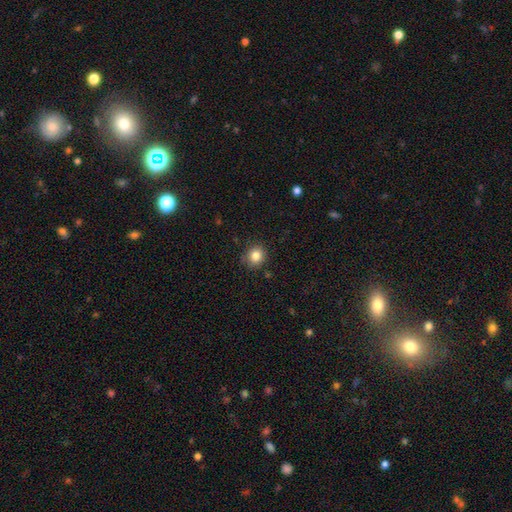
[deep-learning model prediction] A smooth galaxy with no disk features (84%) that is round (85%).

Vote fractions:
- Smooth or featured? smooth: 84% / star or artifact: 10% / featured or disk: 6%
- How rounded? round: 85% / in between: 14% / cigar-shaped: 1%
- Merging? none: 85% / minor disturbance: 11% / major disturbance: 2% / merger: 1%